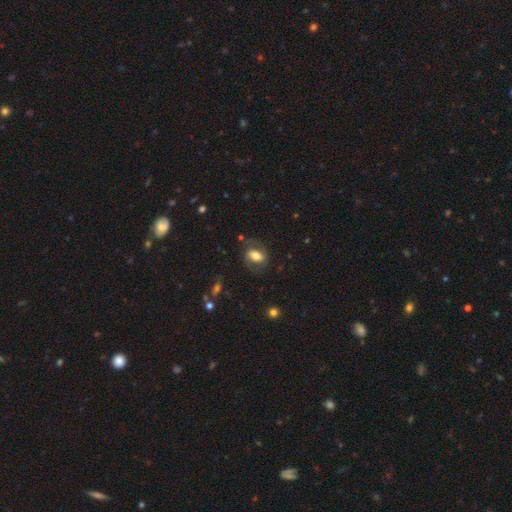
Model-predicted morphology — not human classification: A smooth galaxy with no disk features (47%). Merging: none (65%).